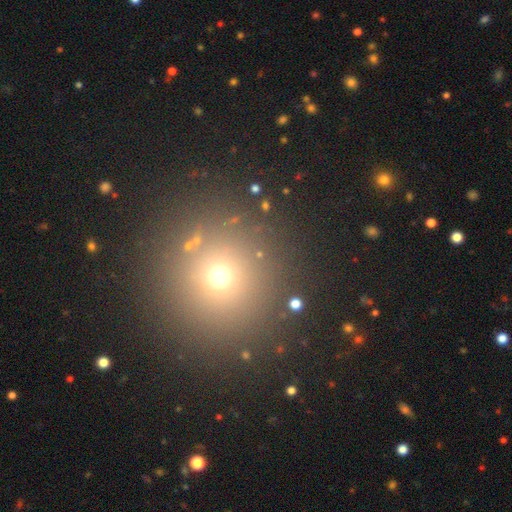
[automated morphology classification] type=smooth (58%); roundness=round (95%); merging=none (87%).